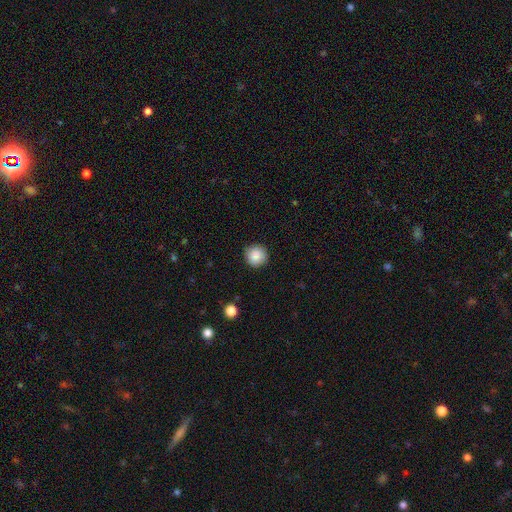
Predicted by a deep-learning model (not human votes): Smooth or featured? Predicted: smooth (p=0.88). How rounded? Predicted: round (p=0.95). Merging? Predicted: none (p=0.90).